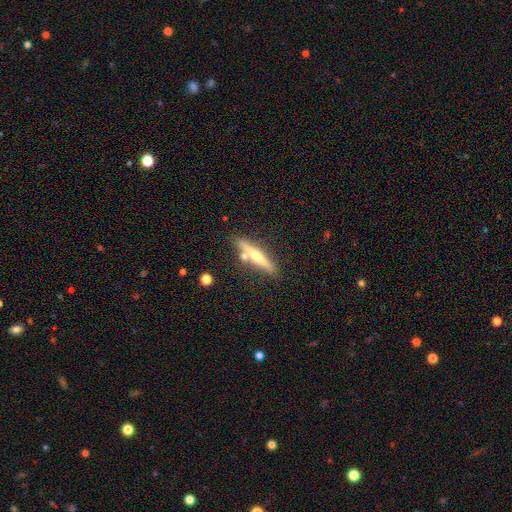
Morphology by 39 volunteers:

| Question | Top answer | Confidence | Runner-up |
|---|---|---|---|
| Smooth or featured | featured or disk | 77% | smooth (18%) |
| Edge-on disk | yes | 100% | — |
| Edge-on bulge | rounded | 90% | none (7%) |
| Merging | none | 76% | minor disturbance (8%) |